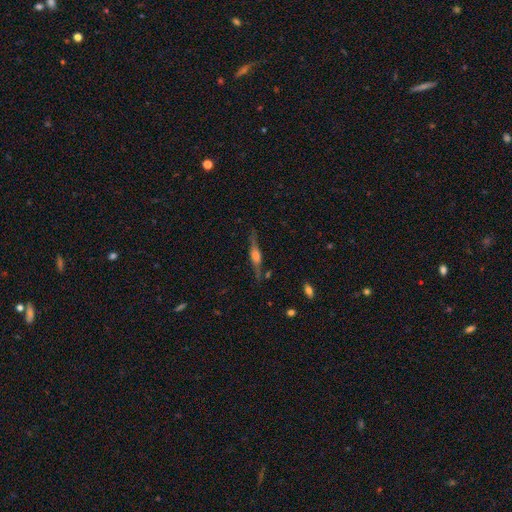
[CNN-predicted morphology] Smooth or featured?
  - featured or disk: 73% *
  - smooth: 20%
  - star or artifact: 7%
Edge-on disk?
  - yes: 96% *
  - no: 4%
Edge-on bulge?
  - rounded: 73% *
  - boxy: 23%
  - none: 4%
Merging?
  - none: 79% *
  - minor disturbance: 15%
  - major disturbance: 4%
  - merger: 2%